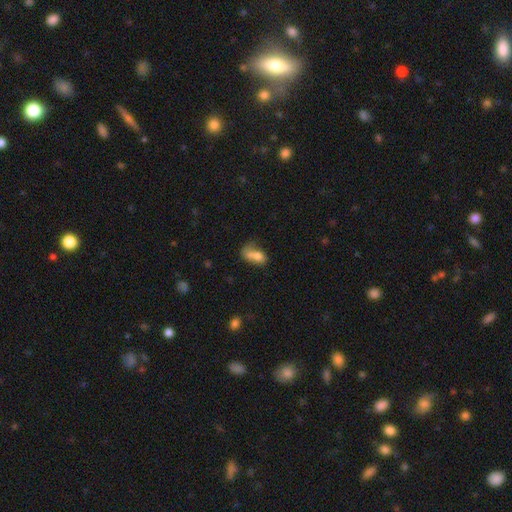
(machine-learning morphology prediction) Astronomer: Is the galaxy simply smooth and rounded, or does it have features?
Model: smooth — 69%.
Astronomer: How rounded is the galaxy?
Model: in between — 77%.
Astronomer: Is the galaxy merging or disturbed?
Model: merger — 54%.